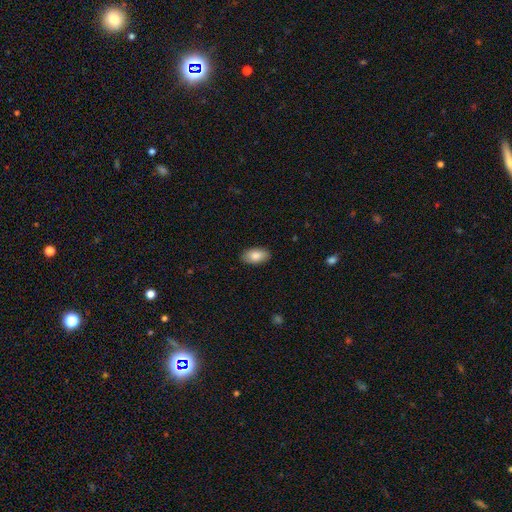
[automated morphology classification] A smooth galaxy with no disk features (86%) that is in between round and cigar-shaped (94%).

Vote fractions:
- Smooth or featured? smooth: 86% / featured or disk: 8% / star or artifact: 6%
- How rounded? in between: 94% / round: 4% / cigar-shaped: 2%
- Merging? none: 88% / minor disturbance: 9% / major disturbance: 2% / merger: 1%